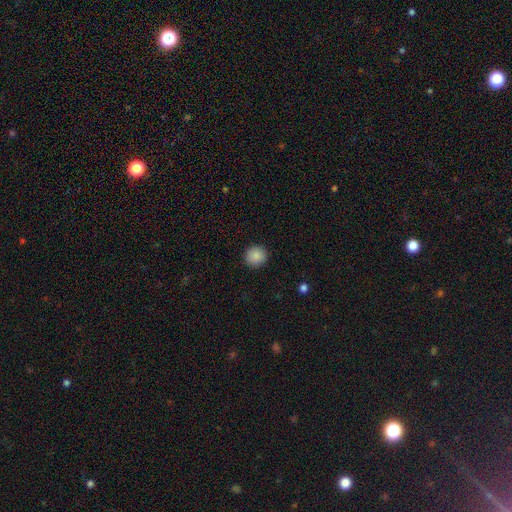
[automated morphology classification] smooth_or_featured: smooth (p=0.88) [alt: star or artifact p=0.08]
how_rounded: round (p=0.91) [alt: in between p=0.08]
merging: none (p=0.92) [alt: minor disturbance p=0.05]